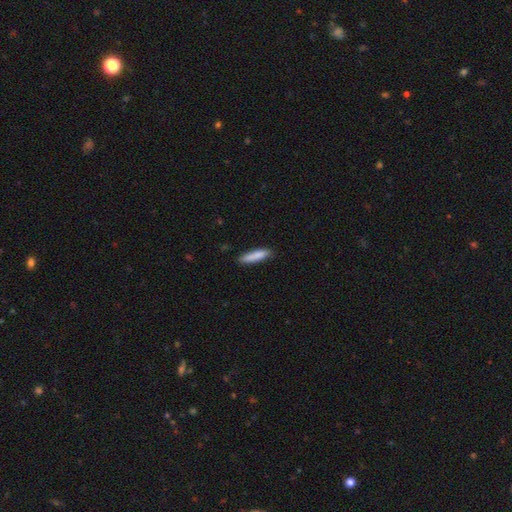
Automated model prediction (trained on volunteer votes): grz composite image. It shows a smooth galaxy with no disk features (84%) that is cigar-shaped (79%). Merging: none (82%).